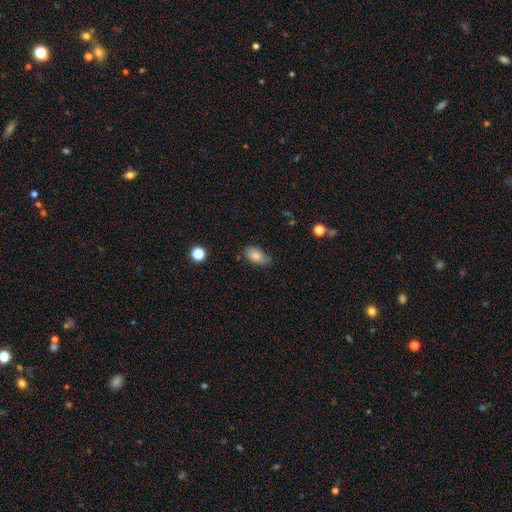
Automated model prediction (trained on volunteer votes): Smooth or featured?
  - smooth: 80% *
  - featured or disk: 11%
  - star or artifact: 9%
How rounded?
  - in between: 89% *
  - round: 8%
  - cigar-shaped: 3%
Merging?
  - none: 61% *
  - minor disturbance: 31%
  - major disturbance: 5%
  - merger: 3%